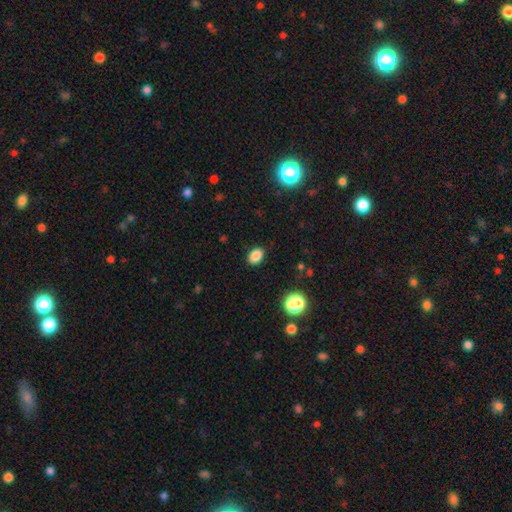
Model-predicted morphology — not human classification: A smooth galaxy with no disk features (85%) that is in between round and cigar-shaped (75%). Merging: none (88%).